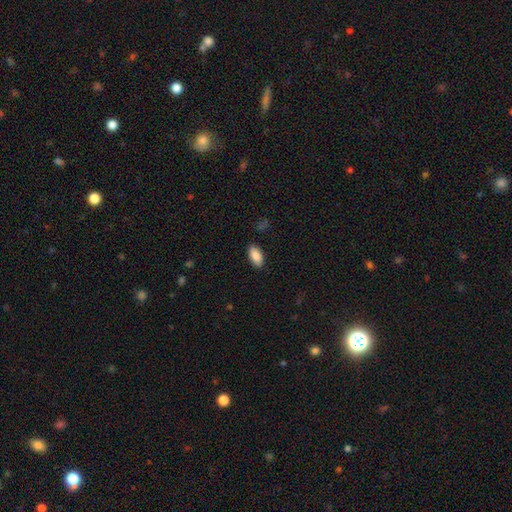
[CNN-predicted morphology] Q: Smooth or featured?
A: smooth (89%); runner-up: star or artifact (6%)
Q: How rounded?
A: in between (92%); runner-up: cigar-shaped (6%)
Q: Merging?
A: none (88%); runner-up: minor disturbance (9%)